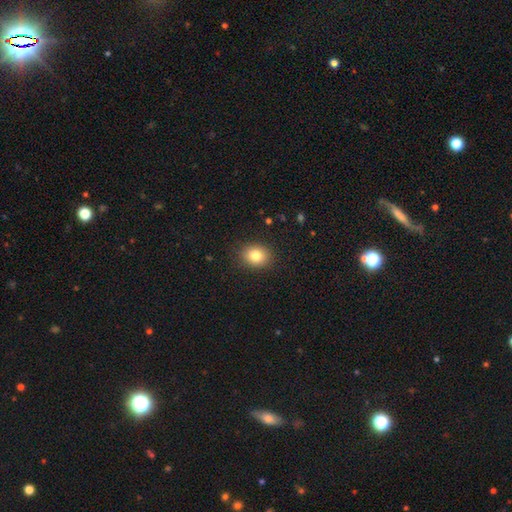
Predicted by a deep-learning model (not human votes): Smooth or featured?
  - smooth: 82% *
  - star or artifact: 11%
  - featured or disk: 8%
How rounded?
  - round: 62% *
  - in between: 37%
  - cigar-shaped: 1%
Merging?
  - none: 89% *
  - minor disturbance: 8%
  - major disturbance: 2%
  - merger: 1%